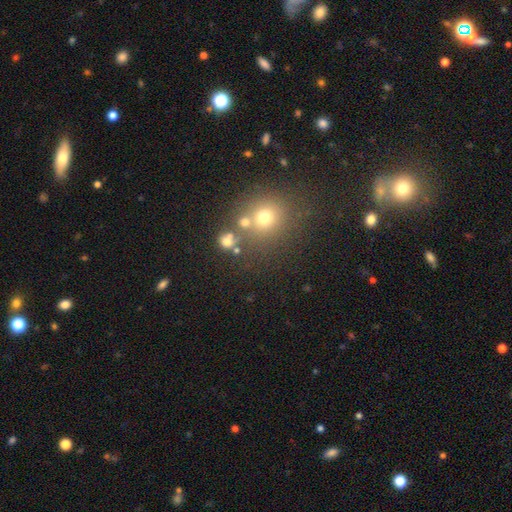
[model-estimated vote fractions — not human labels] Smooth or featured? Predicted: smooth (p=0.55). How rounded? Predicted: round (p=0.83). Merging? Predicted: none (p=0.68).